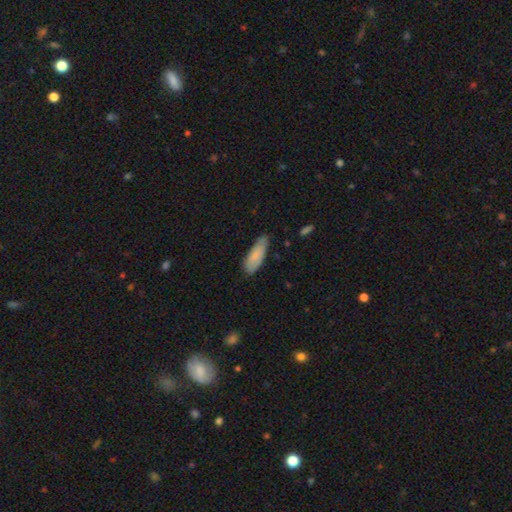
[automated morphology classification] This appears to be a smooth galaxy with no disk features (81%) that is in between round and cigar-shaped (62%). Merging: none (67%).